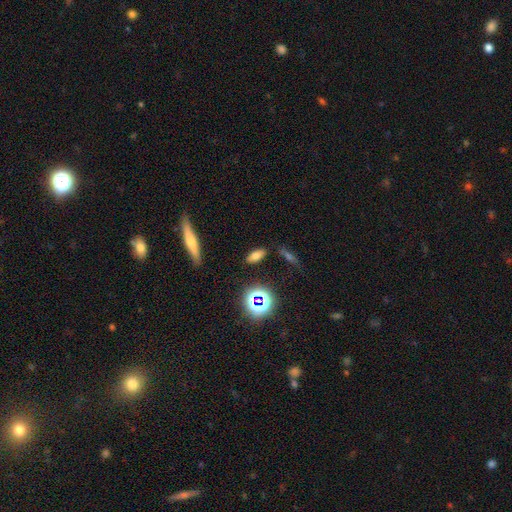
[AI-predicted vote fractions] Smooth or featured?
  - smooth: 68% *
  - star or artifact: 17%
  - featured or disk: 15%
How rounded?
  - in between: 75% *
  - cigar-shaped: 19%
  - round: 6%
Merging?
  - none: 84% *
  - minor disturbance: 10%
  - merger: 3%
  - major disturbance: 3%